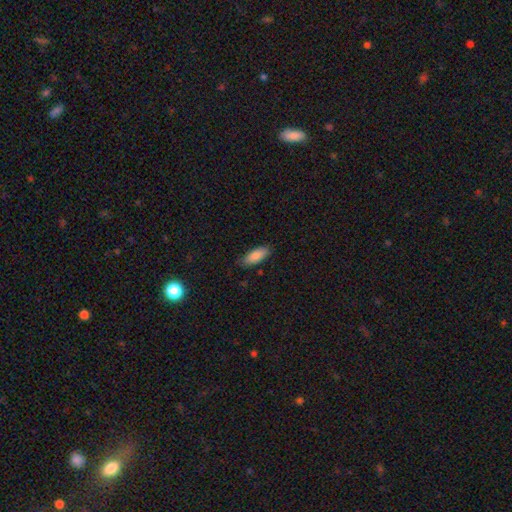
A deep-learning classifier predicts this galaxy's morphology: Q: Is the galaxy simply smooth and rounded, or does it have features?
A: smooth — 85%.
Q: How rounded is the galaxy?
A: in between — 79%.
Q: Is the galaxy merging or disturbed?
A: none — 81%.